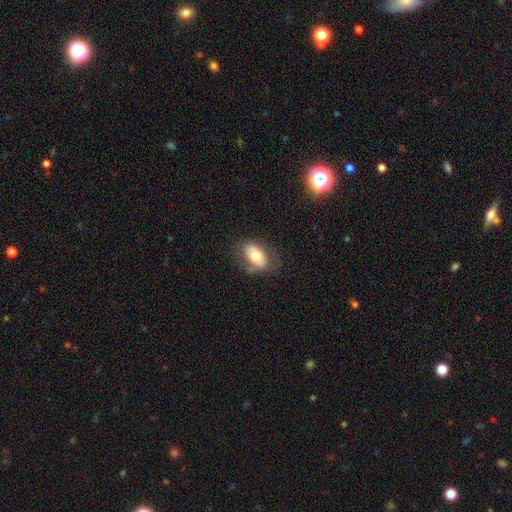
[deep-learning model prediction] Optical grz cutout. It shows a smooth galaxy with no disk features (65%) that is in between round and cigar-shaped (89%). Merging: none (69%).